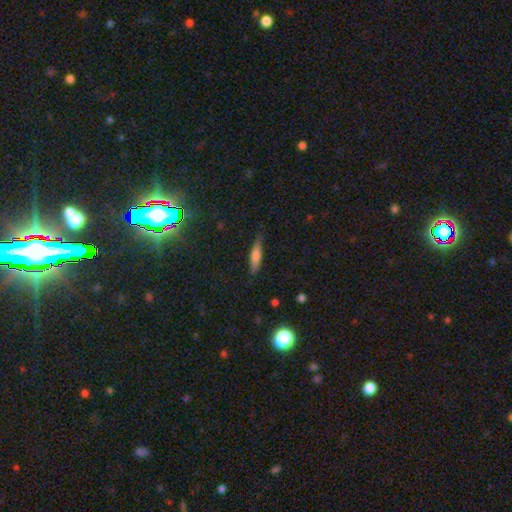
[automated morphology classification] Smooth or featured?
  - smooth: 60% *
  - featured or disk: 32%
  - star or artifact: 8%
How rounded?
  - cigar-shaped: 80% *
  - in between: 18%
  - round: 2%
Merging?
  - none: 82% *
  - minor disturbance: 14%
  - major disturbance: 3%
  - merger: 1%